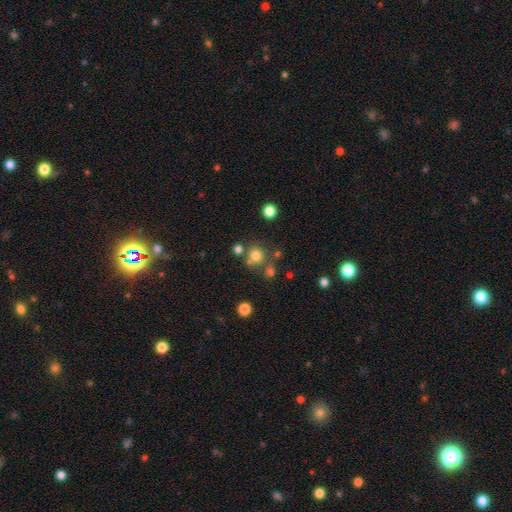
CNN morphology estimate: A smooth galaxy with no disk features (74%) that is round (91%). Merging: none (69%).